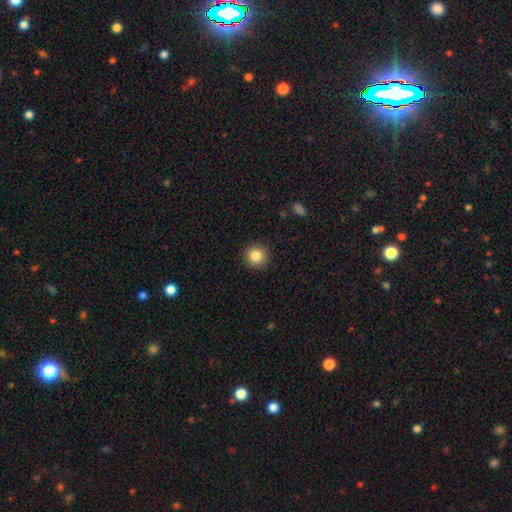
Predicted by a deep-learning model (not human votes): smooth 84%, star or artifact 10%, featured or disk 6%. Down the decision tree: how rounded — round (94%); merging — none (92%).